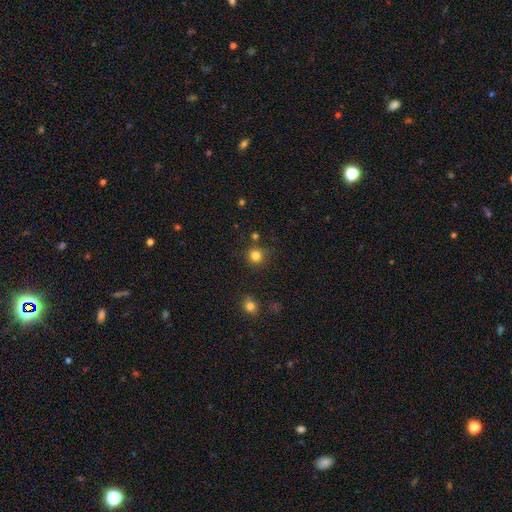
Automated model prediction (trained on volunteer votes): smooth-or-featured: smooth: 82% | star or artifact: 13% | featured or disk: 5%
  how-rounded: round: 93% | in between: 6% | cigar-shaped: 1%
  merging: none: 83% | minor disturbance: 9% | merger: 4% | major disturbance: 3%